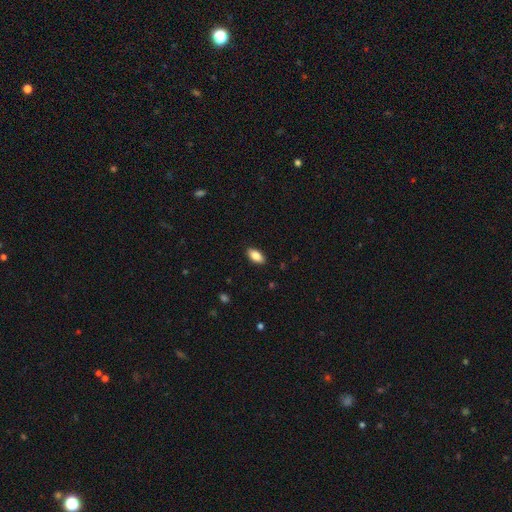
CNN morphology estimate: Smooth or featured? smooth (85%)
How rounded? in between (92%)
Merging? none (89%)